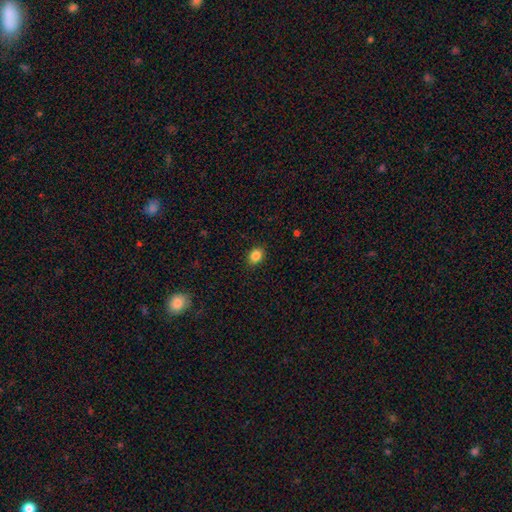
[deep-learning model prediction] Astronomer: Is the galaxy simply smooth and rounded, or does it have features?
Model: smooth — 86%.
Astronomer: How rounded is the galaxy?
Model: in between — 61% (runner-up: round, 38%).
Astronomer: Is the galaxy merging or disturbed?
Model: none — 89%.